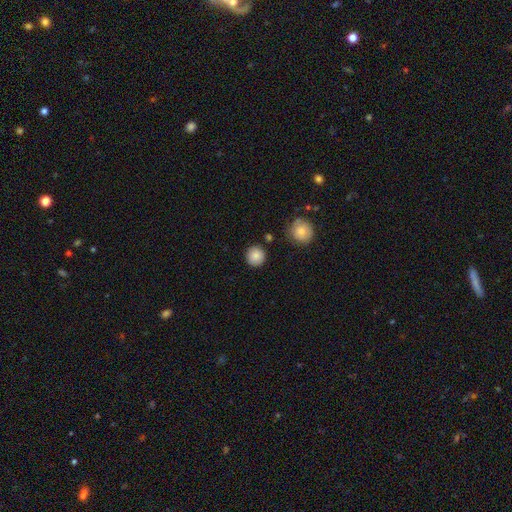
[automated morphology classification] smooth-or-featured: smooth: 86% | star or artifact: 9% | featured or disk: 5%
  how-rounded: round: 94% | in between: 5% | cigar-shaped: 1%
  merging: none: 88% | minor disturbance: 7% | merger: 3% | major disturbance: 2%